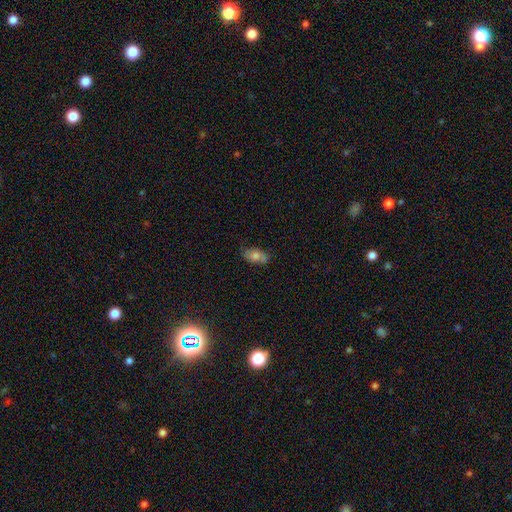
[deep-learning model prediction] smooth-or-featured: smooth: 60% | featured or disk: 31% | star or artifact: 9%
  how-rounded: in between: 90% | round: 6% | cigar-shaped: 4%
  merging: none: 74% | minor disturbance: 20% | major disturbance: 4% | merger: 1%